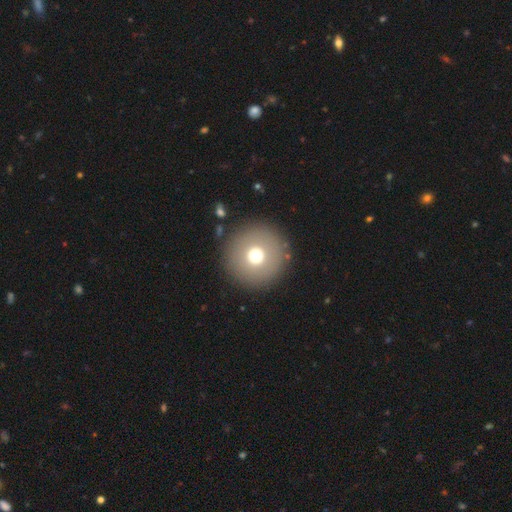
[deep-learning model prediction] A smooth galaxy with no disk features (70%) that is round (97%). Merging: none (90%).